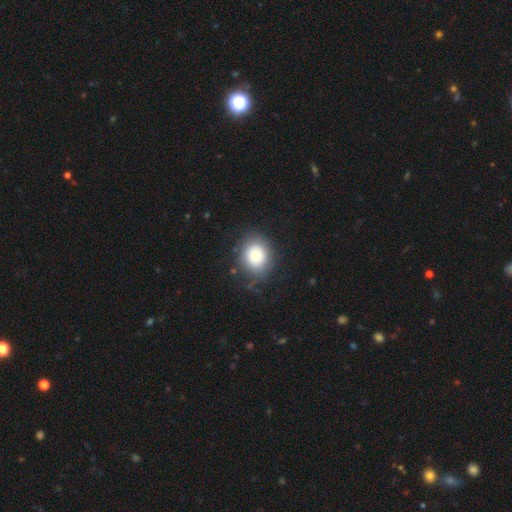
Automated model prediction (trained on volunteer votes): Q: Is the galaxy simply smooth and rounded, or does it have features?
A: smooth — 72%.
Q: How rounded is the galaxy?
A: round — 74%.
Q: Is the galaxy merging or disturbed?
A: none — 76%.